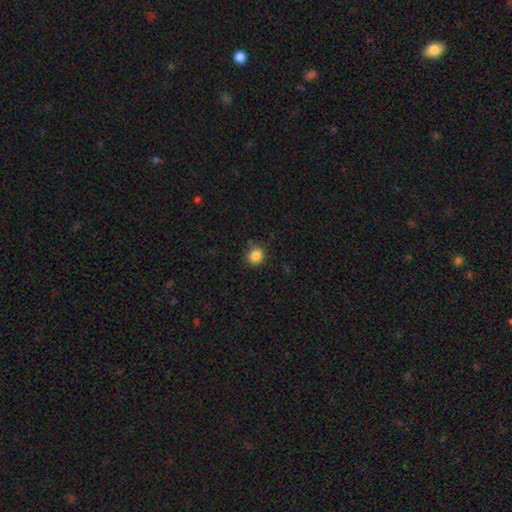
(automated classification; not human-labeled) Smooth or featured? smooth (86%)
How rounded? round (84%)
Merging? none (82%)